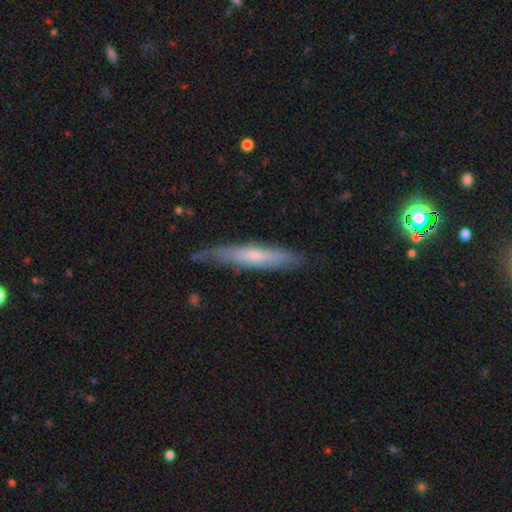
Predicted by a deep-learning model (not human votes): smooth_or_featured: smooth (p=0.53) [alt: featured or disk p=0.42]
how_rounded: cigar-shaped (p=0.88) [alt: in between p=0.10]
merging: none (p=0.72) [alt: minor disturbance p=0.21]